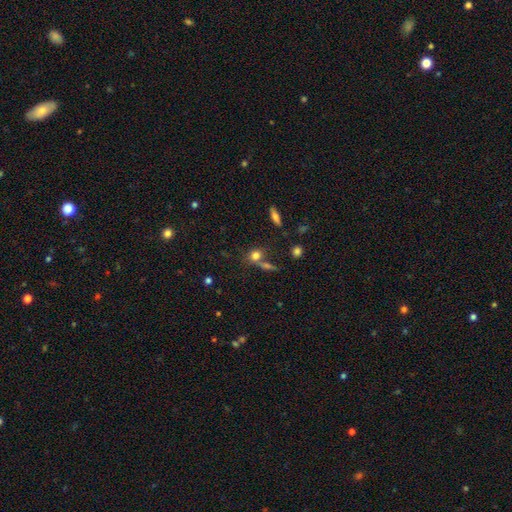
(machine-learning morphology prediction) Smooth or featured: smooth — 74% (star or artifact — 15%)
How rounded: round — 61% (in between — 33%)
Merging: none — 55% (merger — 28%)